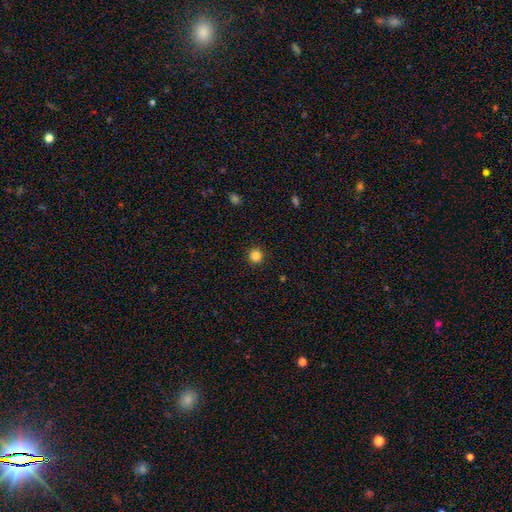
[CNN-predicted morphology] Overall: smooth (85%). How rounded: round (94%). Merging: none (92%).